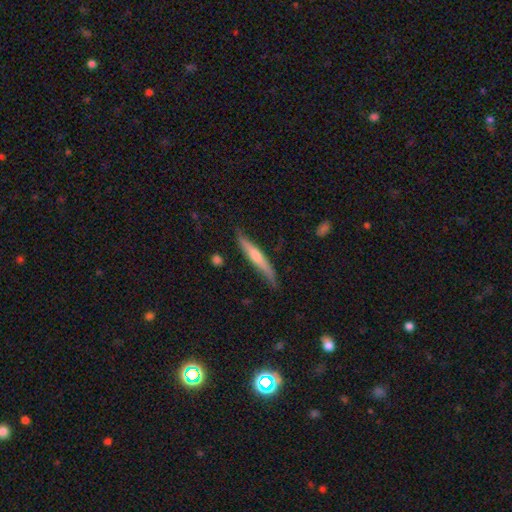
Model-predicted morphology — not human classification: A featured or disk galaxy (48%).

Vote fractions:
- Smooth or featured? featured or disk: 48% / smooth: 47% / star or artifact: 5%
- Merging? none: 77% / minor disturbance: 18% / major disturbance: 3% / merger: 2%